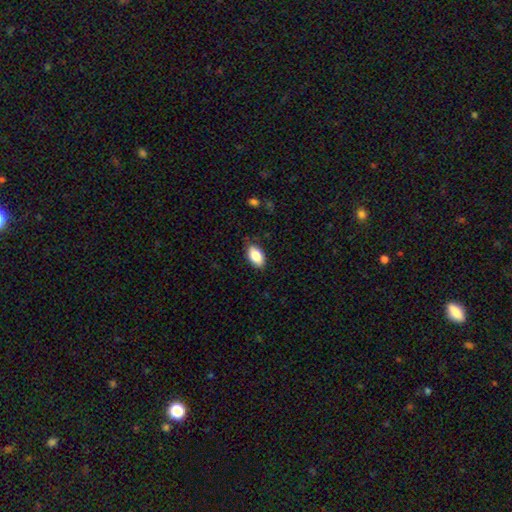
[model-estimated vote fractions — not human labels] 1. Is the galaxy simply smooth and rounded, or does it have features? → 86% smooth, 8% featured or disk, 7% star or artifact.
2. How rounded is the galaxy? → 93% in between, 4% round, 2% cigar-shaped.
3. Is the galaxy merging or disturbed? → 83% none, 13% minor disturbance, 3% major disturbance, 1% merger.